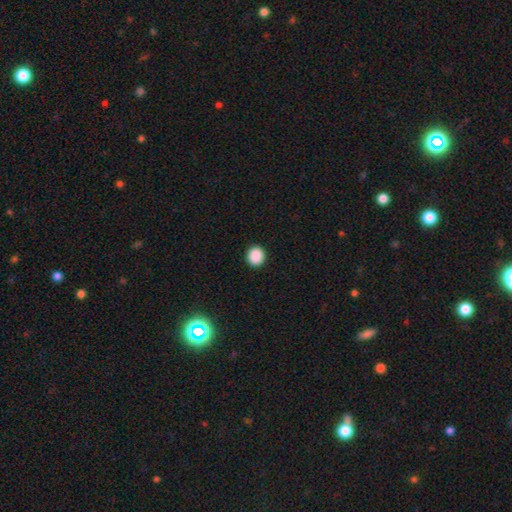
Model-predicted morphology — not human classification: Overall: smooth (89%). How rounded: round (86%). Merging: none (92%).